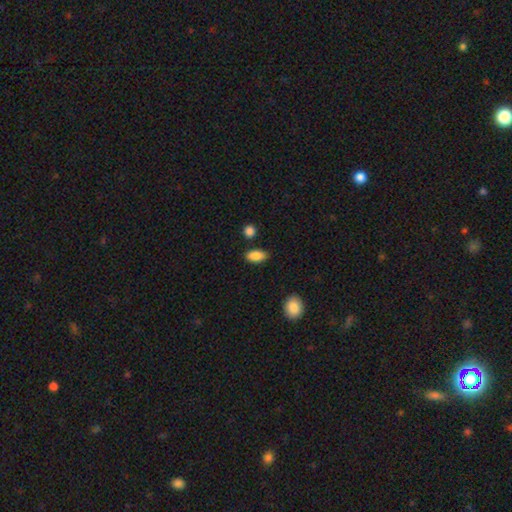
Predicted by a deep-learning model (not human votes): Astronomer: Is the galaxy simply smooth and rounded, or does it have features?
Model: smooth — 87%.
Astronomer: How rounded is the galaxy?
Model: in between — 90%.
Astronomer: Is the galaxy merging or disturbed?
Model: none — 84%.